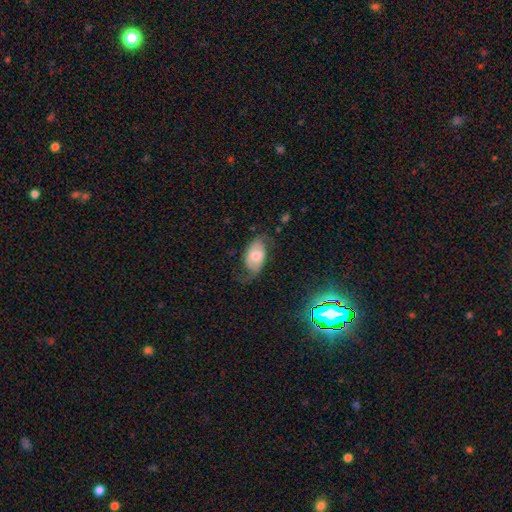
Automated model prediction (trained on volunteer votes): Smooth or featured? smooth (49%)
Merging? none (54%)